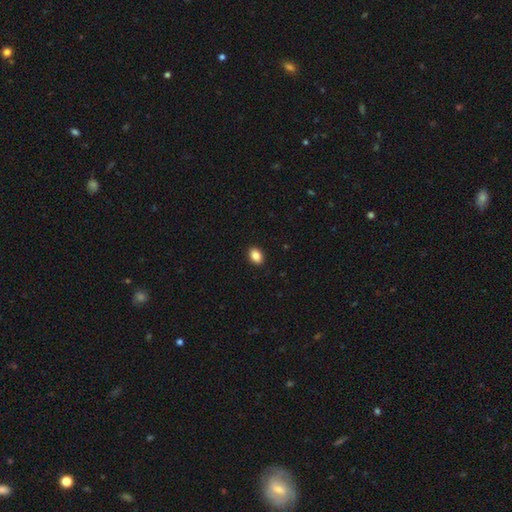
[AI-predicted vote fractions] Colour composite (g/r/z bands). It shows a smooth galaxy with no disk features (87%) that is in between round and cigar-shaped (84%). Merging: none (91%).